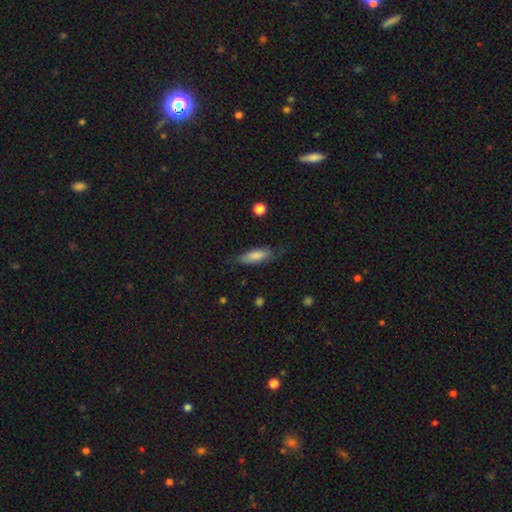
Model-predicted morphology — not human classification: This appears to be a smooth galaxy with no disk features (77%) that is in between round and cigar-shaped (61%). Merging: none (68%).